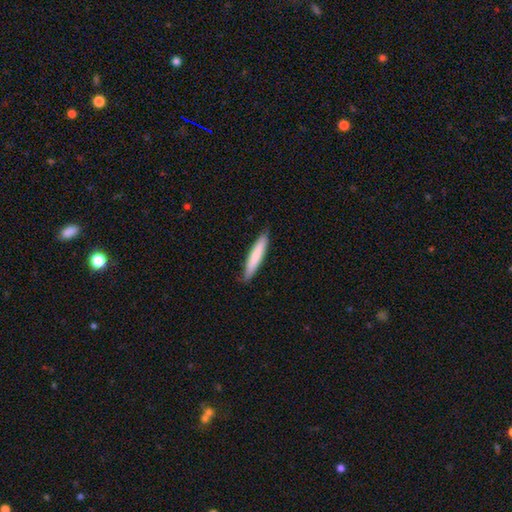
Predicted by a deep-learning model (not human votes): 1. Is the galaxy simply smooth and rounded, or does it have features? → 78% smooth, 17% featured or disk, 5% star or artifact.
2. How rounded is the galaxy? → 91% cigar-shaped, 7% in between, 1% round.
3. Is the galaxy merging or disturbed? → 85% none, 12% minor disturbance, 2% major disturbance, 1% merger.